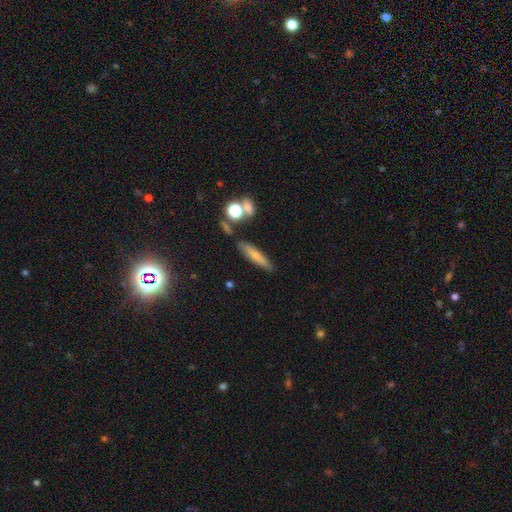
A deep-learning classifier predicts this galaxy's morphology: smooth 68%, featured or disk 22%, star or artifact 9%. Down the decision tree: how rounded — cigar-shaped (81%); merging — none (79%).